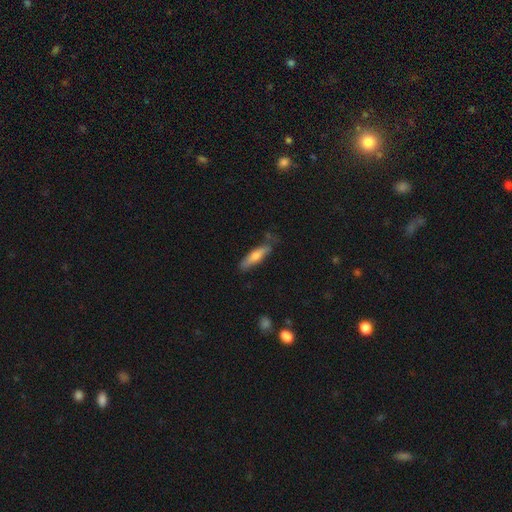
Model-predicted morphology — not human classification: smooth 65%, featured or disk 30%, star or artifact 6%. Down the decision tree: how rounded — cigar-shaped (71%); merging — none (68%).